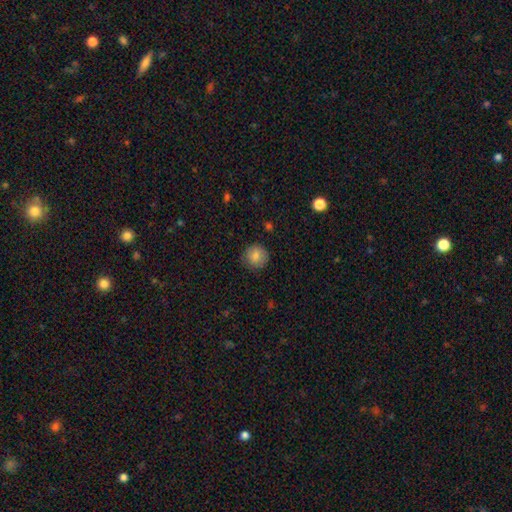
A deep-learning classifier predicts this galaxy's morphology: Smooth or featured? smooth (83%)
How rounded? round (92%)
Merging? none (87%)